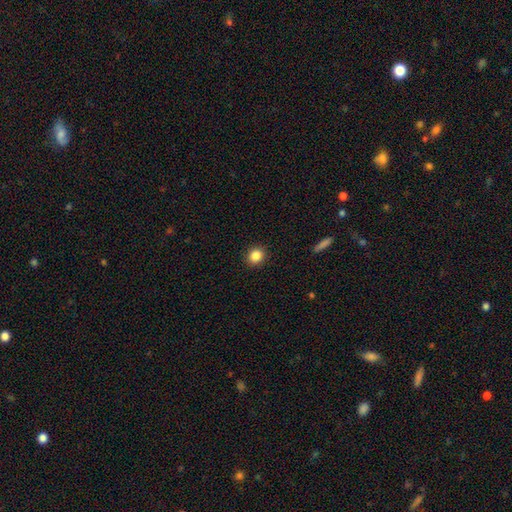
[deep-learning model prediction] Overall: smooth (86%). How rounded: round (78%). Merging: none (91%).